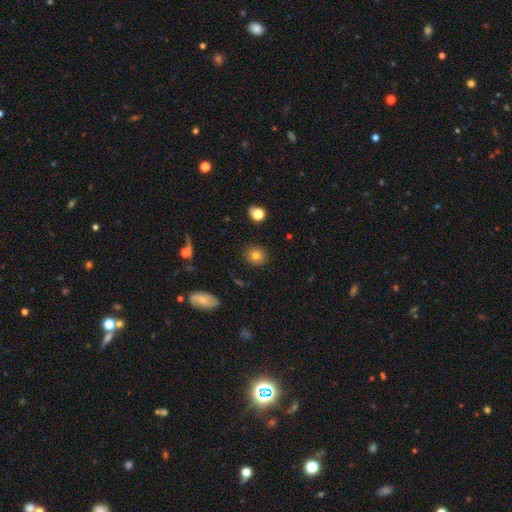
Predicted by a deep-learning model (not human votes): Smooth or featured? smooth (79%)
How rounded? round (87%)
Merging? none (90%)